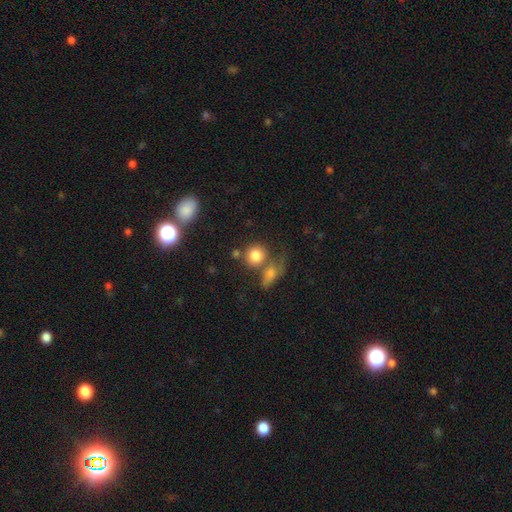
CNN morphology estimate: smooth-or-featured: smooth: 80% | featured or disk: 10% | star or artifact: 10%
  how-rounded: round: 82% | in between: 17% | cigar-shaped: 2%
  merging: none: 50% | merger: 32% | minor disturbance: 11% | major disturbance: 7%